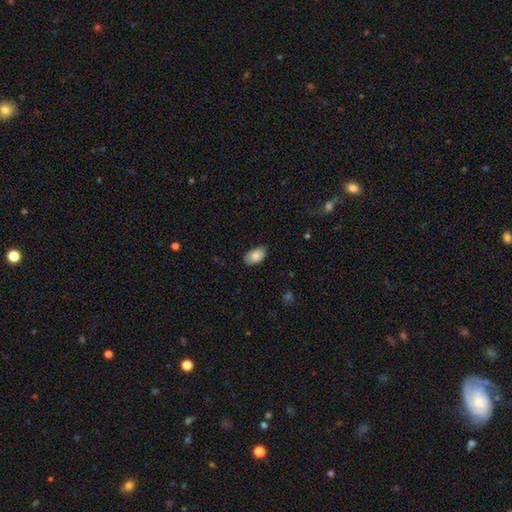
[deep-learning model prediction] Smooth or featured?
  - smooth: 85% *
  - featured or disk: 9%
  - star or artifact: 7%
How rounded?
  - in between: 94% *
  - round: 5%
  - cigar-shaped: 1%
Merging?
  - none: 82% *
  - minor disturbance: 14%
  - major disturbance: 2%
  - merger: 1%